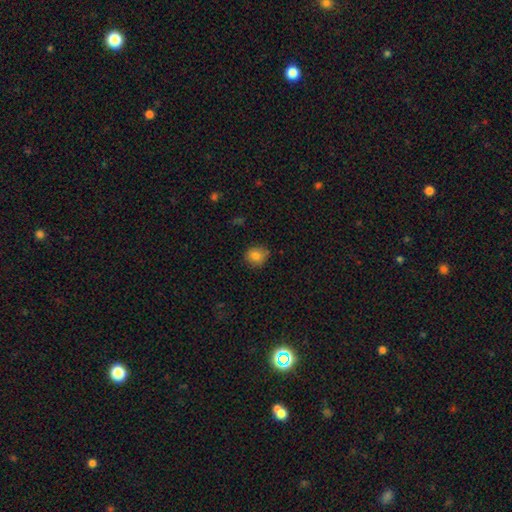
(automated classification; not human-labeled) This appears to be a smooth galaxy with no disk features (84%) that is round (75%). Merging: none (78%).